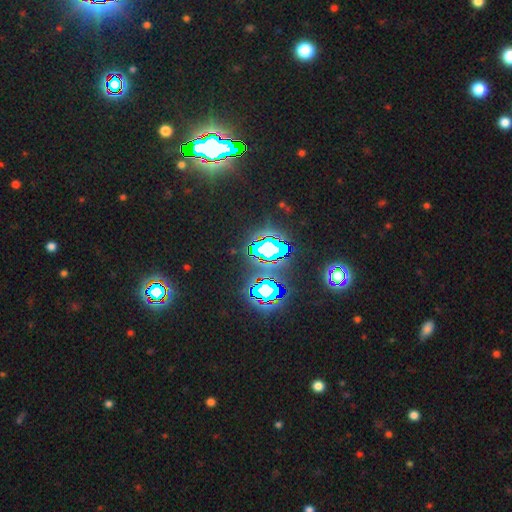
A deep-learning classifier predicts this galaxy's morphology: Smooth or featured? Predicted: star or artifact (p=0.84).